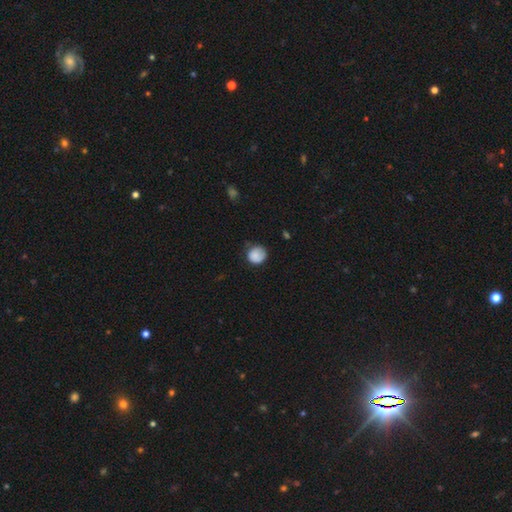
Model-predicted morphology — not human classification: This appears to be a smooth galaxy with no disk features (83%) that is round (85%). Merging: none (63%).